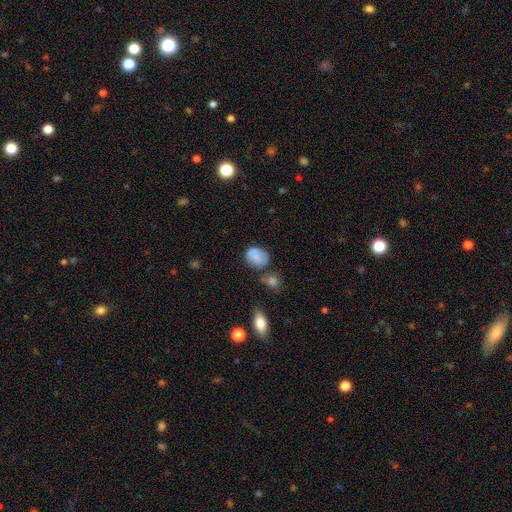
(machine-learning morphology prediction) A smooth galaxy with no disk features (76%) that is in between round and cigar-shaped (51%). Merging: none (55%).